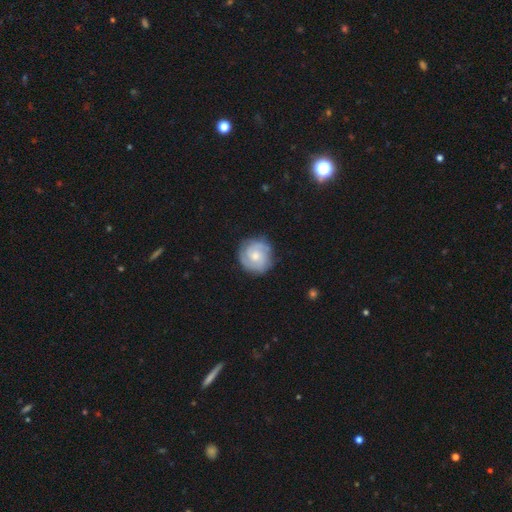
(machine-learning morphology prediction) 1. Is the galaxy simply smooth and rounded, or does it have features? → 76% featured or disk, 19% smooth, 5% star or artifact.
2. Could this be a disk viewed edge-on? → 98% no, 2% yes.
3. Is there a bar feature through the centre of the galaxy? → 69% no, 28% weak, 4% strong.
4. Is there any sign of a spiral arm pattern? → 95% yes, 5% no.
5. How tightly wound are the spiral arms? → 64% tight, 30% medium, 6% loose.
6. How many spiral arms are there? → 43% 2, 27% 3, 18% can't tell, 5% 4, 4% 1, 4% more than 4.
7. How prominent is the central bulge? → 52% moderate, 40% small, 4% large, 3% none, 1% dominant.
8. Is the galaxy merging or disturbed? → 82% none, 13% minor disturbance, 4% major disturbance, 1% merger.